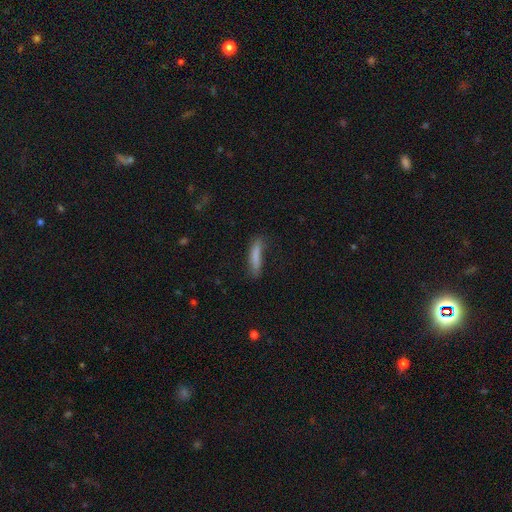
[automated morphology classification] This is likely a smooth galaxy (79%). How rounded: clearly cigar-shaped (82%). Merging: likely none (62%).